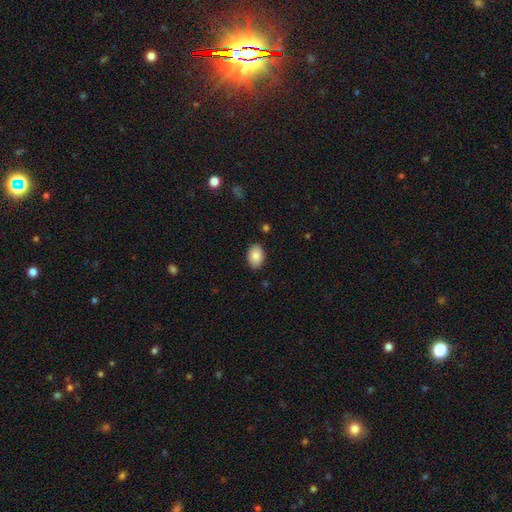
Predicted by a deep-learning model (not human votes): Overall: smooth (86%). How rounded: in between (86%). Merging: none (87%).